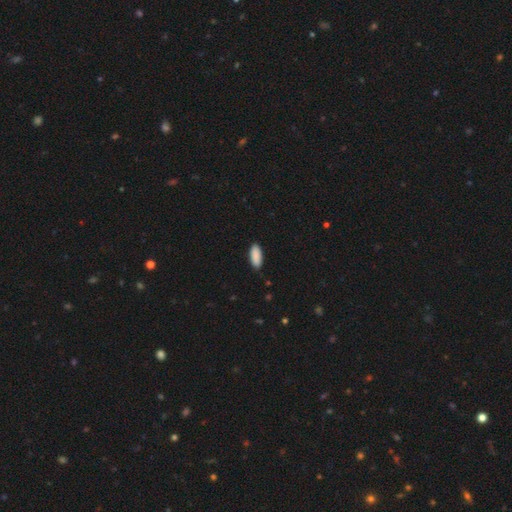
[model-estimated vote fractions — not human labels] smooth-or-featured: smooth: 91% | star or artifact: 6% | featured or disk: 3%
  how-rounded: in between: 80% | cigar-shaped: 19% | round: 2%
  merging: none: 88% | minor disturbance: 9% | major disturbance: 2% | merger: 1%